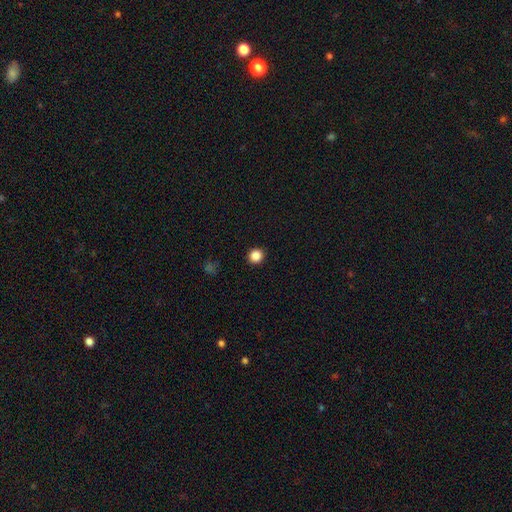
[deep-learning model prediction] The model was most divided on "smooth or featured": smooth: 86%, star or artifact: 11%, featured or disk: 3%. More confident: merging — none (93%); how rounded — round (91%).